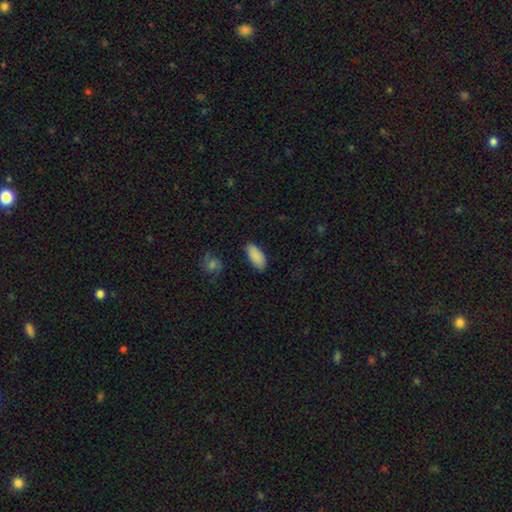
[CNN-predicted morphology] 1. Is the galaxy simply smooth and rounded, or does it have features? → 88% smooth, 7% star or artifact, 6% featured or disk.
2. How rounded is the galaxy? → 90% in between, 8% cigar-shaped, 2% round.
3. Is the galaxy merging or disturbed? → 83% none, 12% minor disturbance, 3% major disturbance, 2% merger.